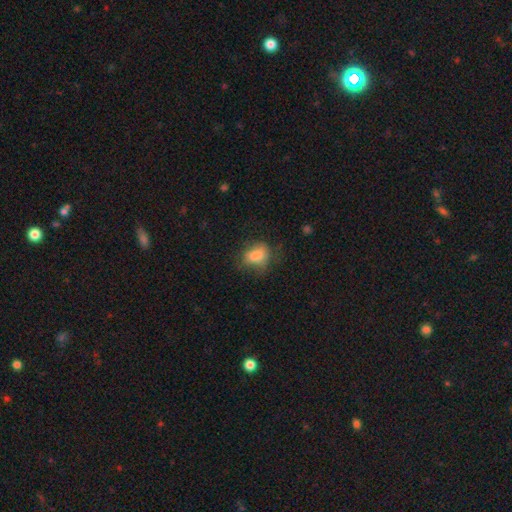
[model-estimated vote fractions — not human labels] smooth_or_featured: smooth (p=0.81) [alt: featured or disk p=0.10]
how_rounded: in between (p=0.65) [alt: round p=0.33]
merging: none (p=0.56) [alt: minor disturbance p=0.26]